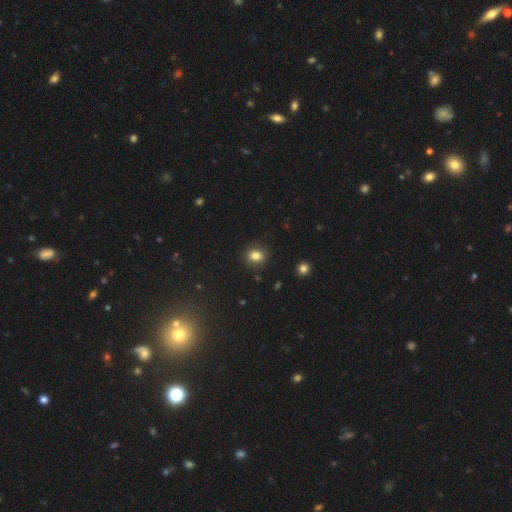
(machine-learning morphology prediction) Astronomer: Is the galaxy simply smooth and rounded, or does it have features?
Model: smooth — 83%.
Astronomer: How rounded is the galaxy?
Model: round — 67%.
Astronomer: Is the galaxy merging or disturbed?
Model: none — 88%.